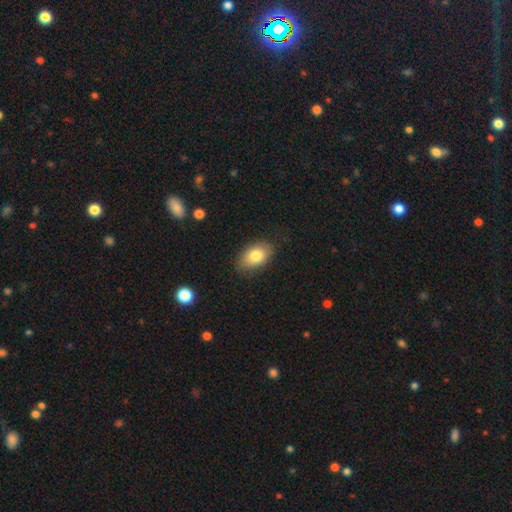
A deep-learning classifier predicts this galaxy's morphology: smooth-or-featured: smooth: 81% | featured or disk: 12% | star or artifact: 8%
  how-rounded: in between: 89% | round: 9% | cigar-shaped: 2%
  merging: none: 82% | minor disturbance: 14% | major disturbance: 3% | merger: 1%